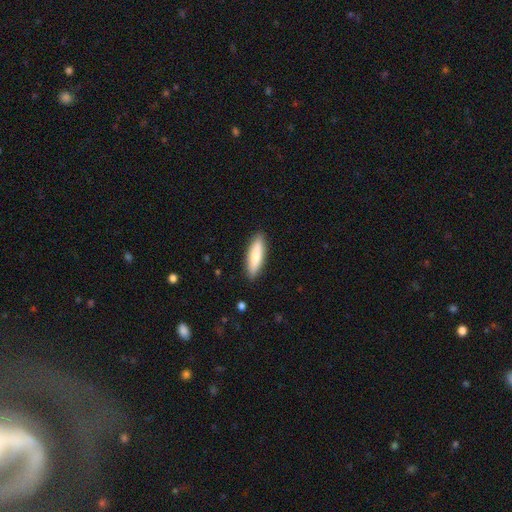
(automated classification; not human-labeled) The model was most divided on "how rounded": cigar-shaped: 61%, in between: 37%, round: 2%. More confident: merging — none (88%); smooth or featured — smooth (75%).